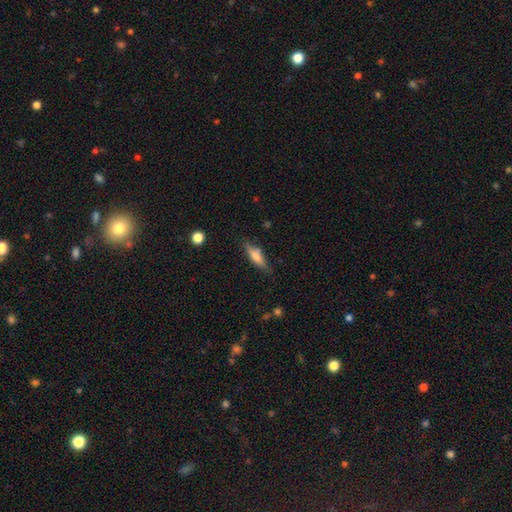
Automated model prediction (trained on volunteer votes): This appears to be a smooth galaxy with no disk features (62%) that is cigar-shaped (64%). Merging: none (77%).